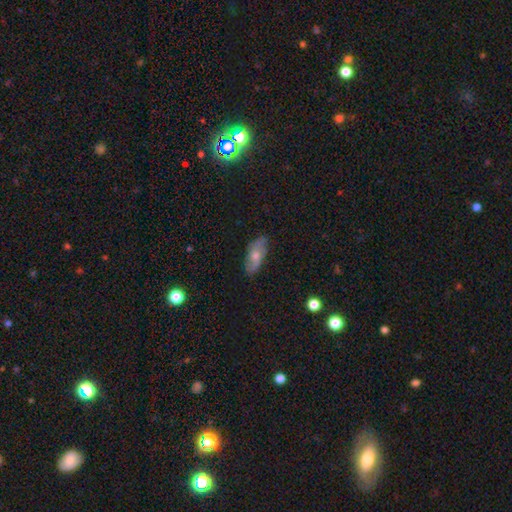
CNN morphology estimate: type=smooth (54%); roundness=in between (82%); merging=none (80%).